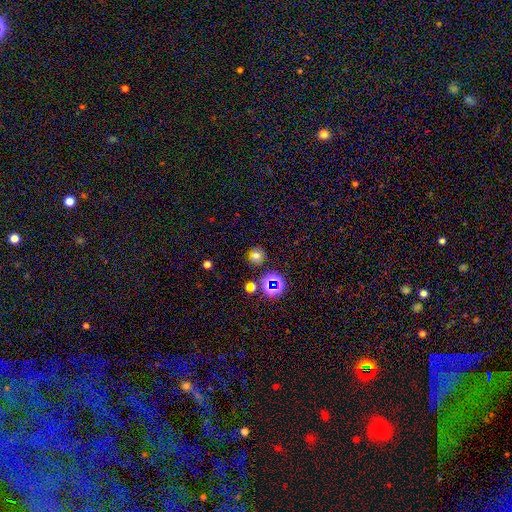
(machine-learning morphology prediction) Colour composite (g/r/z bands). It shows a smooth galaxy with no disk features (64%) that is round (87%). Merging: none (84%).